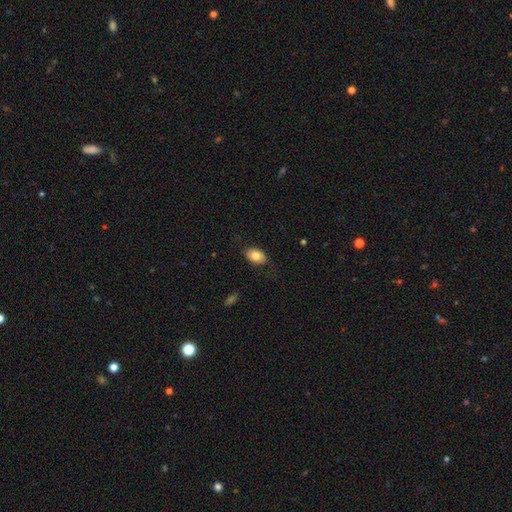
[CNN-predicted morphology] This appears to be a smooth galaxy with no disk features (80%) that is in between round and cigar-shaped (87%). Merging: none (82%).